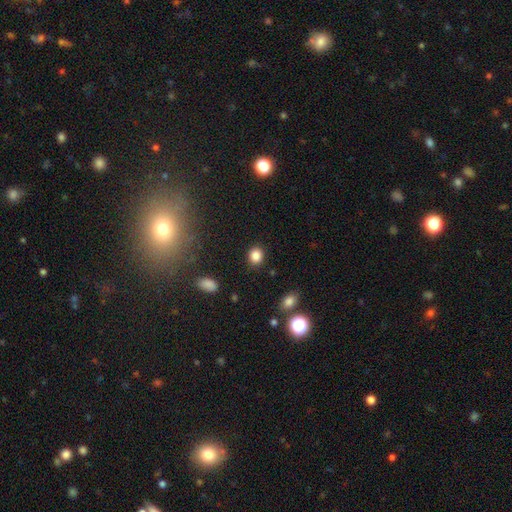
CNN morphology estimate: Smooth or featured?
  - smooth: 85% *
  - star or artifact: 11%
  - featured or disk: 4%
How rounded?
  - round: 72% *
  - in between: 27%
  - cigar-shaped: 1%
Merging?
  - none: 88% *
  - minor disturbance: 8%
  - major disturbance: 3%
  - merger: 2%